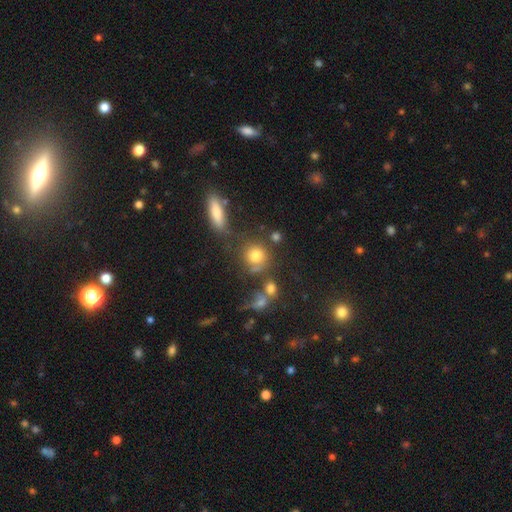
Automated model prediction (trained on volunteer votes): smooth 76%, star or artifact 13%, featured or disk 11%. Down the decision tree: how rounded — round (81%); merging — none (60%).